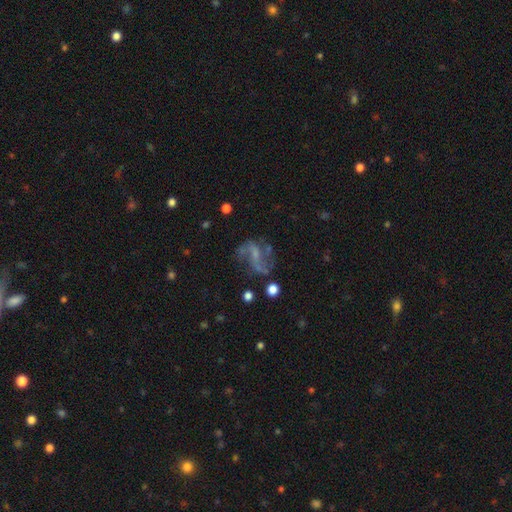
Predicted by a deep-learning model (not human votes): A featured or disk galaxy (76%) with a weak bar (44%), 2 (77%) loose (65%) spiral arms (88%) and a small central bulge (48%). Merging: none (57%).